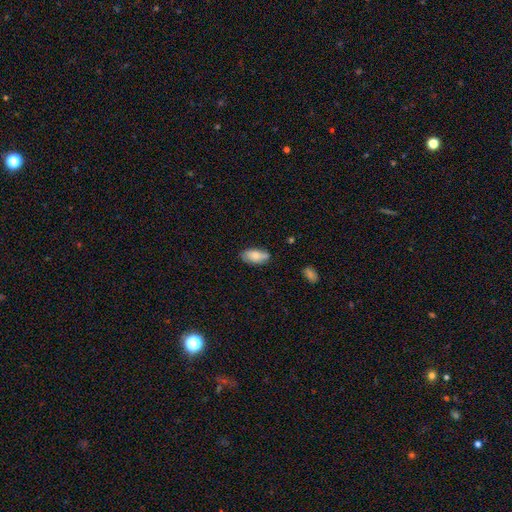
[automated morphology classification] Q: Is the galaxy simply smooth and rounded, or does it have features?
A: smooth — 67%.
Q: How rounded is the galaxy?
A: in between — 90%.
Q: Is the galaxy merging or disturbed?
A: none — 71%.